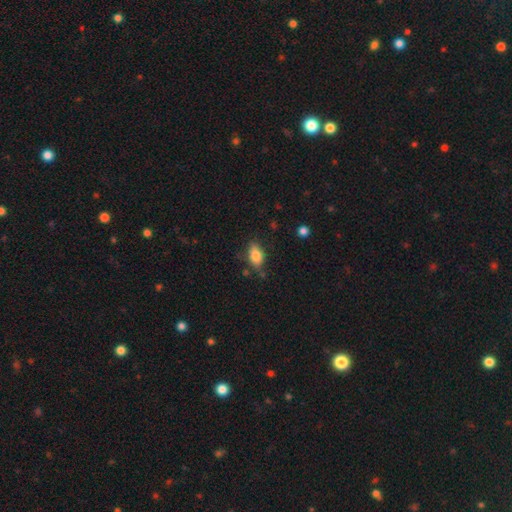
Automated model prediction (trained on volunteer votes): The model was most divided on "merging": none: 71%, minor disturbance: 21%, major disturbance: 5%, merger: 3%. More confident: how rounded — in between (85%); smooth or featured — smooth (78%).